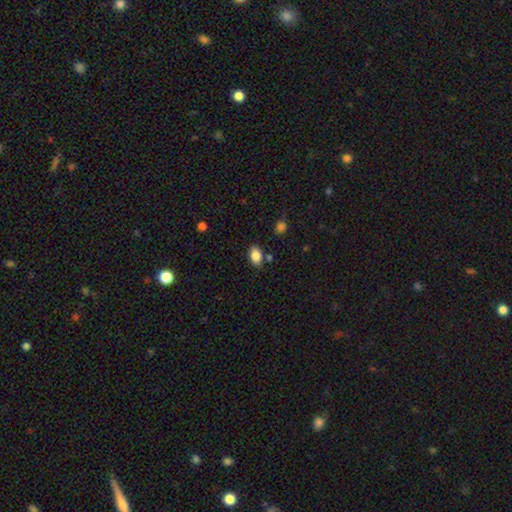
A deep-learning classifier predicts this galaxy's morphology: This is clearly a smooth galaxy (86%). How rounded: clearly in between (88%). Merging: likely none (80%).